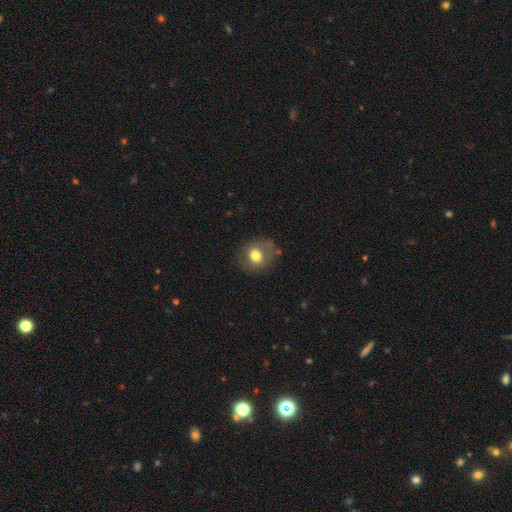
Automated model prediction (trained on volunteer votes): Smooth or featured? smooth (71%)
How rounded? round (72%)
Merging? none (74%)